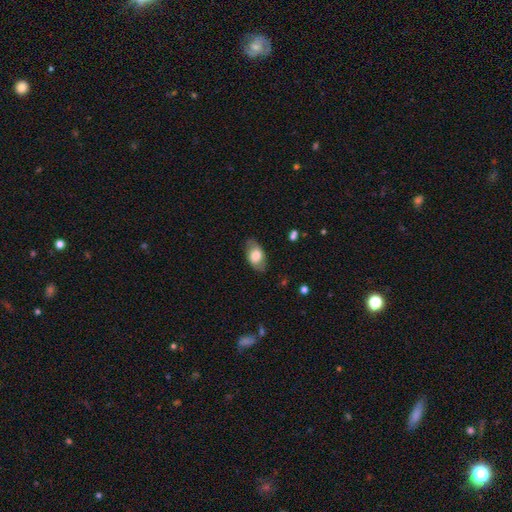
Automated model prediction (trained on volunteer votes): A smooth galaxy with no disk features (70%) that is in between round and cigar-shaped (91%).

Vote fractions:
- Smooth or featured? smooth: 70% / featured or disk: 24% / star or artifact: 6%
- How rounded? in between: 91% / round: 6% / cigar-shaped: 2%
- Merging? none: 78% / minor disturbance: 16% / major disturbance: 5% / merger: 1%